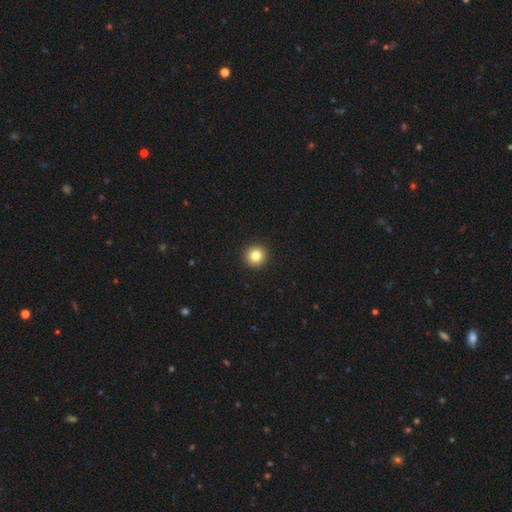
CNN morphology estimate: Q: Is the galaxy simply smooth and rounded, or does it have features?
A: smooth — 82%.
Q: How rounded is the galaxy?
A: round — 96%.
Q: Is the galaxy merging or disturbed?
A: none — 94%.